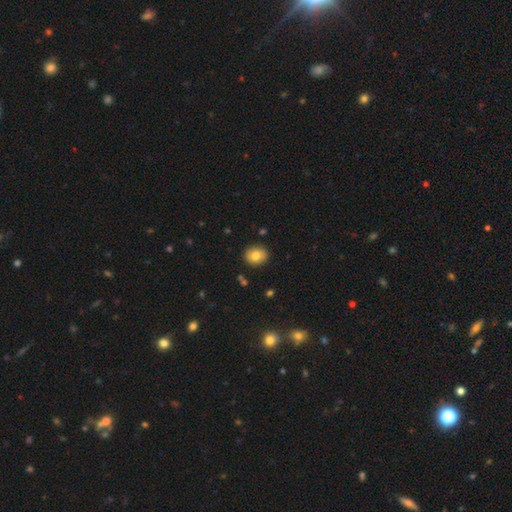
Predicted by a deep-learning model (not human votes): A smooth galaxy with no disk features (78%) that is round (63%). Merging: none (87%).